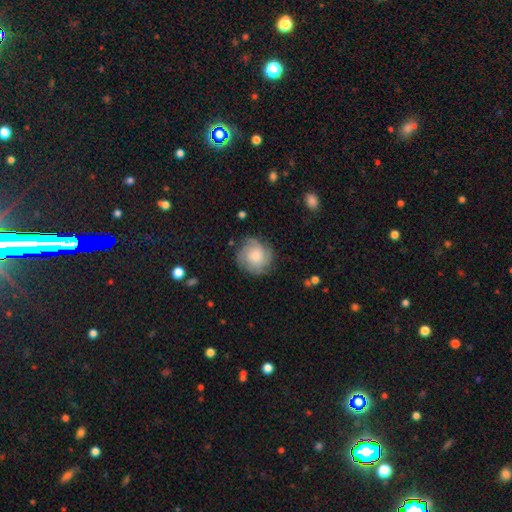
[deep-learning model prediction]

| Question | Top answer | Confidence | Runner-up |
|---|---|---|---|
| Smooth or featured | featured or disk | 58% | smooth (34%) |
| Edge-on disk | no | 98% | yes (2%) |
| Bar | no | 80% | weak (18%) |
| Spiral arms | yes | 91% | no (9%) |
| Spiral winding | tight | 55% | medium (34%) |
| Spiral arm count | can't tell | 33% | 3 (27%) |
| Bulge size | moderate | 43% | small (41%) |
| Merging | none | 76% | minor disturbance (17%) |